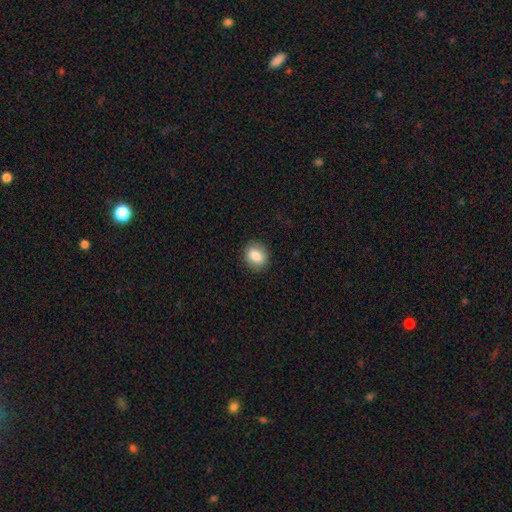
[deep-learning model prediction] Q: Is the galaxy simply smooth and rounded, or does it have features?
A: smooth — 83%.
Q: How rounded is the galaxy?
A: round — 62%.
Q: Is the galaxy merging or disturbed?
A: none — 87%.